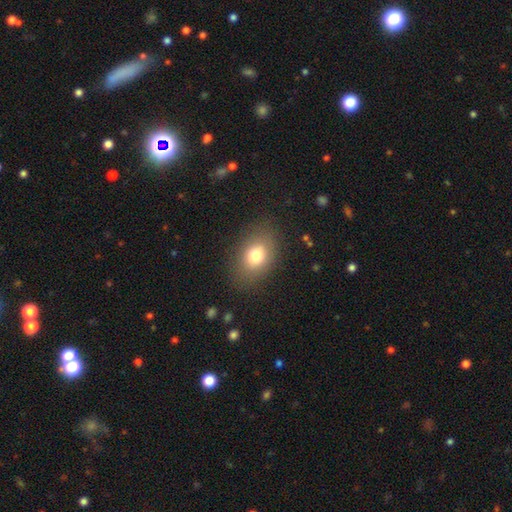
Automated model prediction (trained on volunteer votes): Smooth or featured: smooth — 76% (featured or disk — 13%)
How rounded: in between — 74% (round — 24%)
Merging: none — 83% (minor disturbance — 11%)